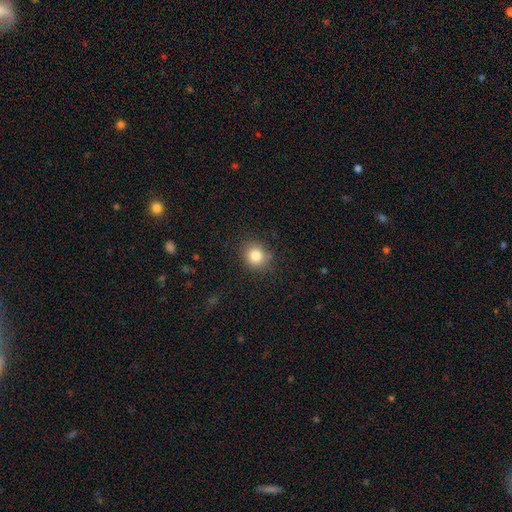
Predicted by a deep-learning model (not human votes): smooth 82%, star or artifact 11%, featured or disk 7%. Down the decision tree: how rounded — round (78%); merging — none (84%).